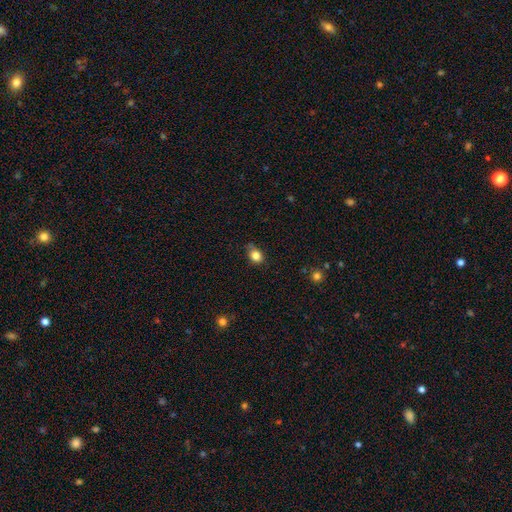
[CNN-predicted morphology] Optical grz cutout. It shows a smooth galaxy with no disk features (83%) that is round (50%). Merging: none (65%).